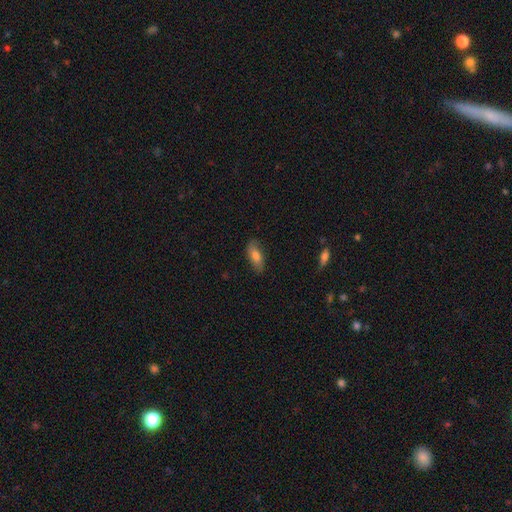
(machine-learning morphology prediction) This appears to be a smooth galaxy with no disk features (70%) that is in between round and cigar-shaped (79%). Merging: none (79%).